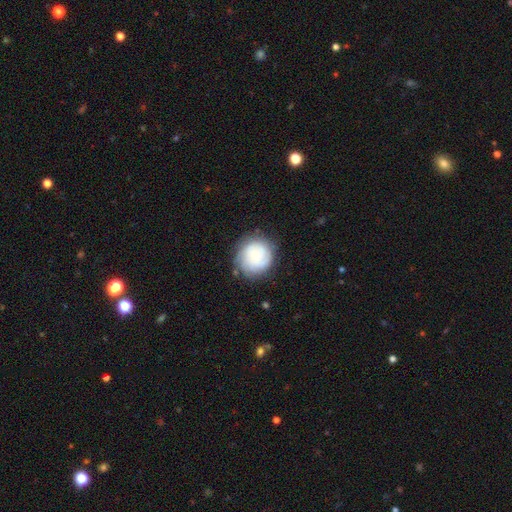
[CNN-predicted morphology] featured or disk 53%, smooth 39%, star or artifact 8%. Down the decision tree: edge-on disk — no (98%); bar — no (80%); spiral arms — yes (79%); bulge size — small (55%); merging — none (76%).